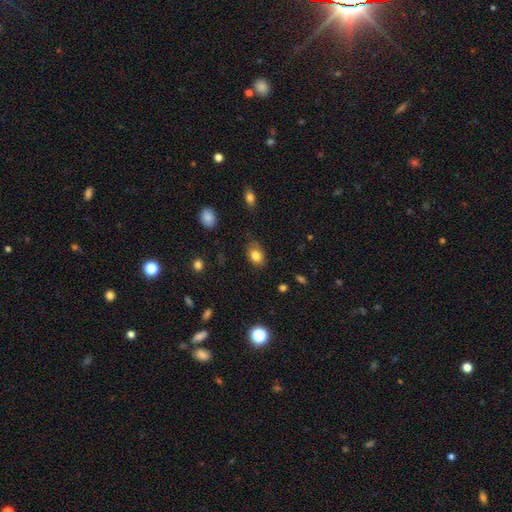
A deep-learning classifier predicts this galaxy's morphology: smooth 81%, featured or disk 9%, star or artifact 9%. Down the decision tree: how rounded — in between (80%); merging — none (75%).